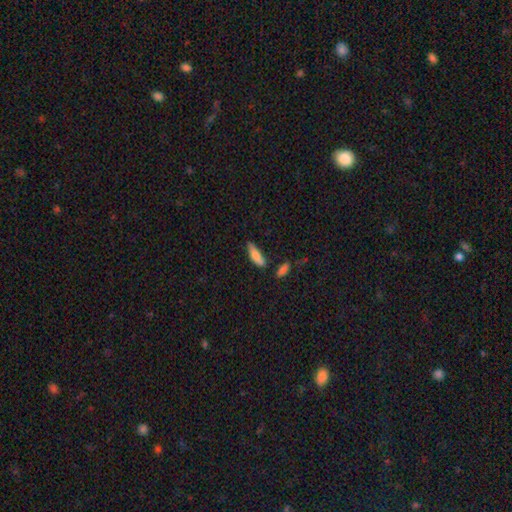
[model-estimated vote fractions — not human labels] Smooth or featured?
  - smooth: 77% *
  - featured or disk: 17%
  - star or artifact: 6%
How rounded?
  - cigar-shaped: 52% *
  - in between: 46%
  - round: 2%
Merging?
  - none: 65% *
  - minor disturbance: 23%
  - merger: 7%
  - major disturbance: 5%